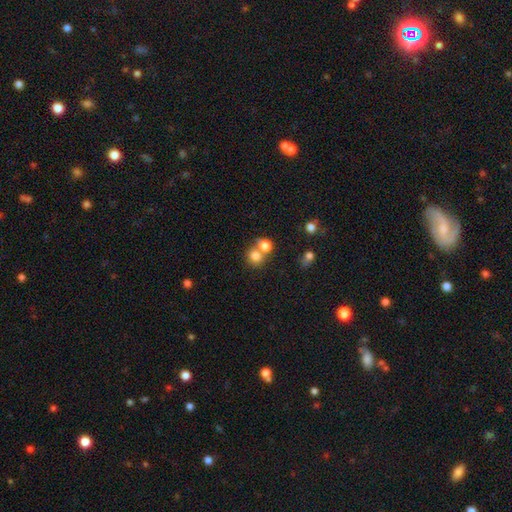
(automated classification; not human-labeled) smooth 79%, star or artifact 12%, featured or disk 9%. Down the decision tree: how rounded — round (76%); merging — merger (46%).